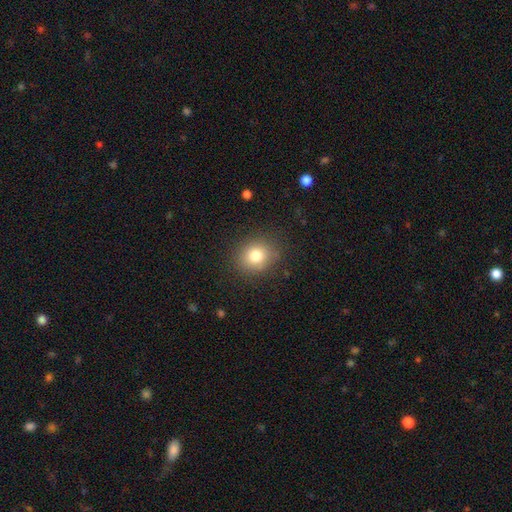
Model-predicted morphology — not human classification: A smooth galaxy with no disk features (80%) that is round (76%).

Vote fractions:
- Smooth or featured? smooth: 80% / star or artifact: 12% / featured or disk: 9%
- How rounded? round: 76% / in between: 23% / cigar-shaped: 1%
- Merging? none: 85% / minor disturbance: 10% / major disturbance: 4% / merger: 1%